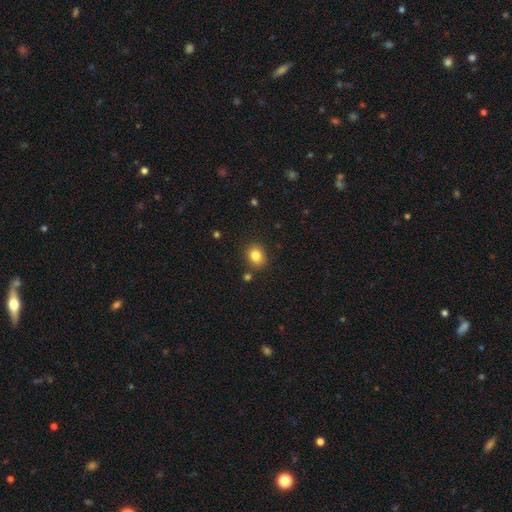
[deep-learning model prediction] Smooth or featured?
  - smooth: 83% *
  - star or artifact: 11%
  - featured or disk: 6%
How rounded?
  - round: 62% *
  - in between: 37%
  - cigar-shaped: 1%
Merging?
  - none: 84% *
  - minor disturbance: 9%
  - merger: 4%
  - major disturbance: 3%